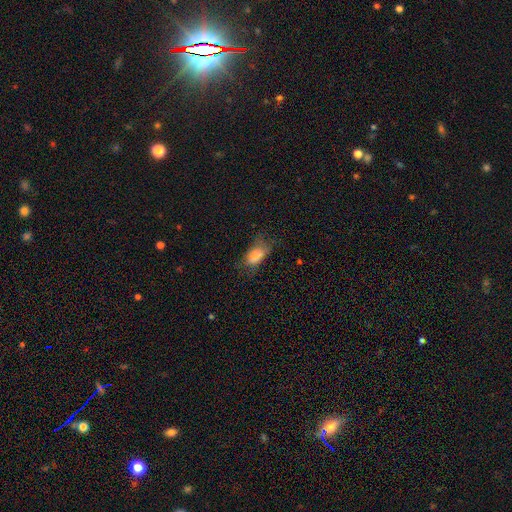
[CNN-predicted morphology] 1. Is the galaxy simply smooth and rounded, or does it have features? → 63% smooth, 22% star or artifact, 15% featured or disk.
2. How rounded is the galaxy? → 86% in between, 8% round, 7% cigar-shaped.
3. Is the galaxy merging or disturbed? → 55% none, 24% minor disturbance, 15% major disturbance, 6% merger.